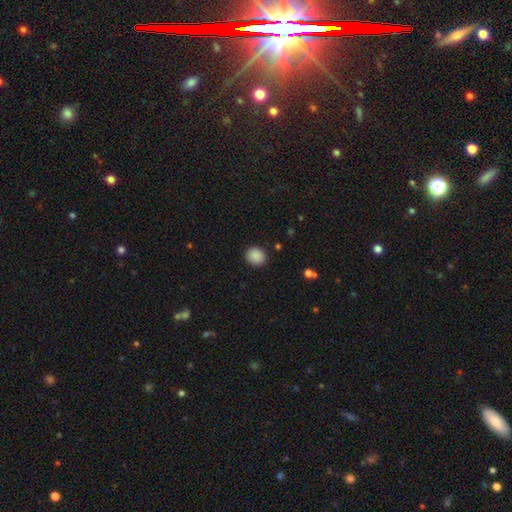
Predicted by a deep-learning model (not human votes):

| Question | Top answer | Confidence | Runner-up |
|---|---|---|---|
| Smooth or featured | smooth | 88% | star or artifact (9%) |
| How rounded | round | 77% | in between (22%) |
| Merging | none | 90% | minor disturbance (7%) |